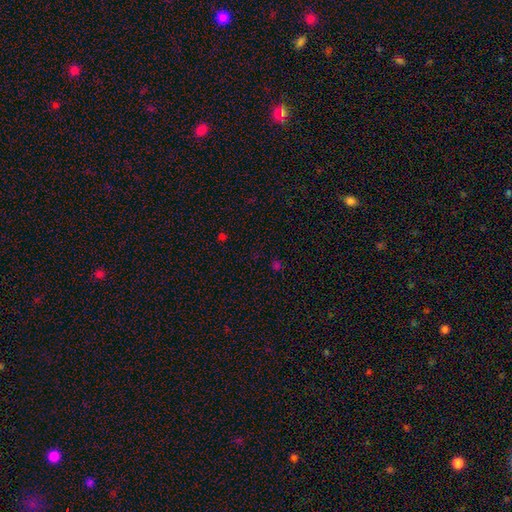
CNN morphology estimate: Smooth or featured?
  - star or artifact: 53% *
  - smooth: 41%
  - featured or disk: 6%